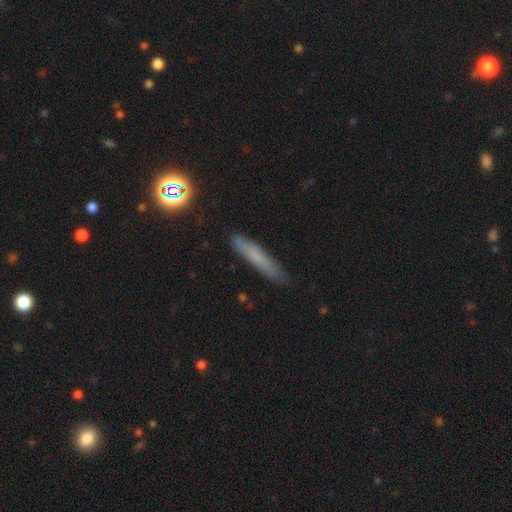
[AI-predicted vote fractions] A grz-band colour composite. It shows a smooth galaxy with no disk features (66%) that is cigar-shaped (91%). Merging: none (83%).